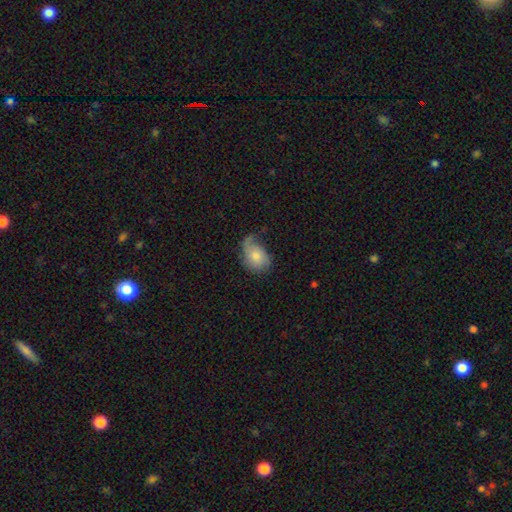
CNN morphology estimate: A smooth galaxy with no disk features (58%) that is in between round and cigar-shaped (78%).

Vote fractions:
- Smooth or featured? smooth: 58% / featured or disk: 35% / star or artifact: 7%
- How rounded? in between: 78% / round: 21% / cigar-shaped: 1%
- Merging? minor disturbance: 37% / none: 35% / major disturbance: 25% / merger: 3%